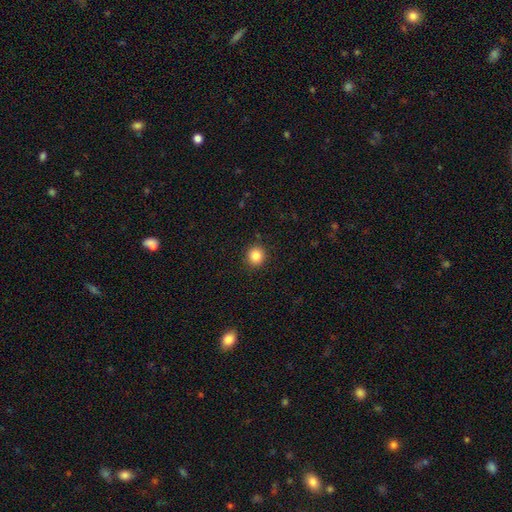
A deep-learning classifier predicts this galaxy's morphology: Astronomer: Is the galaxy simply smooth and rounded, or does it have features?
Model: smooth — 85%.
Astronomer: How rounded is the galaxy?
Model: round — 92%.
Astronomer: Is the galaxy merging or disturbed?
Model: none — 91%.